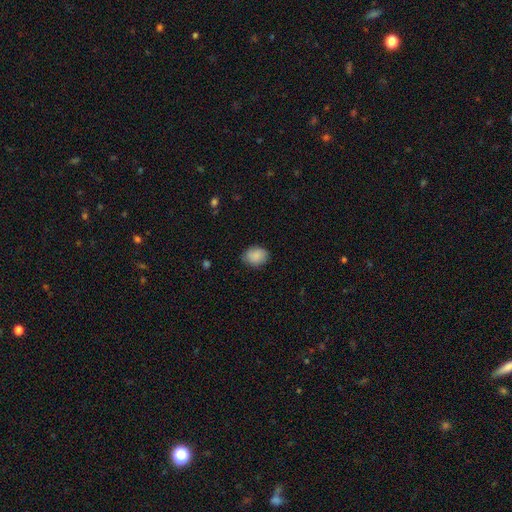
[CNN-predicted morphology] Q: Smooth or featured?
A: smooth (88%); runner-up: star or artifact (7%)
Q: How rounded?
A: in between (60%); runner-up: round (39%)
Q: Merging?
A: none (81%); runner-up: minor disturbance (15%)